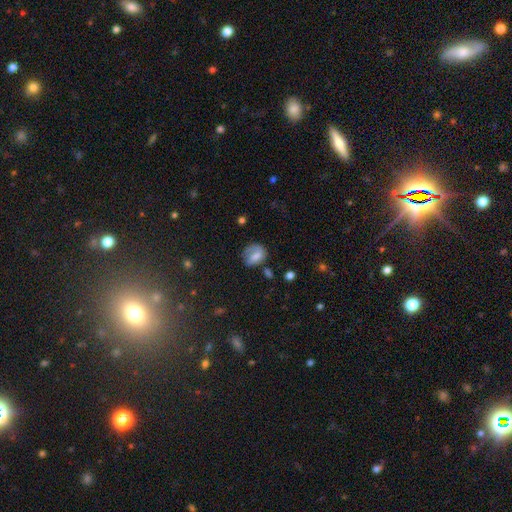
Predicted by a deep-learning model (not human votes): Smooth or featured?
  - smooth: 54% *
  - featured or disk: 36%
  - star or artifact: 10%
How rounded?
  - round: 52% *
  - in between: 46%
  - cigar-shaped: 1%
Merging?
  - none: 51% *
  - minor disturbance: 27%
  - major disturbance: 18%
  - merger: 4%